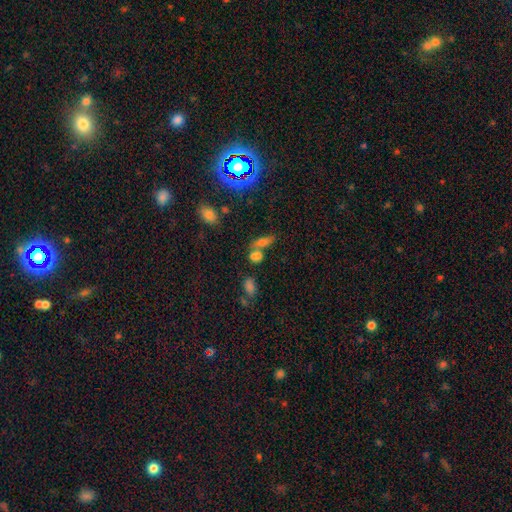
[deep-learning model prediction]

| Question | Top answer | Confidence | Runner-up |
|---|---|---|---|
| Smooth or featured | smooth | 70% | star or artifact (17%) |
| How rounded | in between | 66% | round (18%) |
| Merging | merger | 44% | none (40%) |